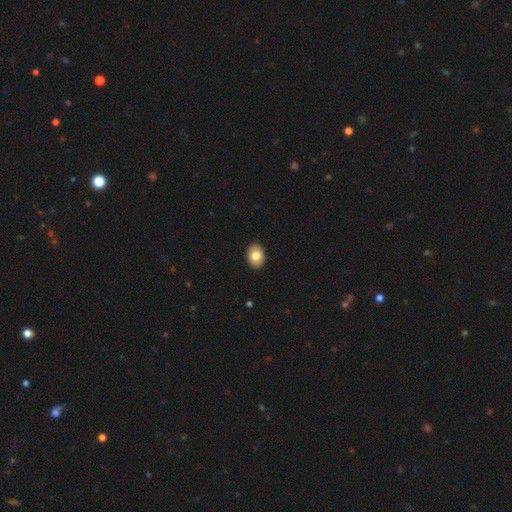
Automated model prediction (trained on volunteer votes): Smooth or featured: smooth — 81% (featured or disk — 12%)
How rounded: in between — 78% (round — 21%)
Merging: none — 91% (minor disturbance — 6%)